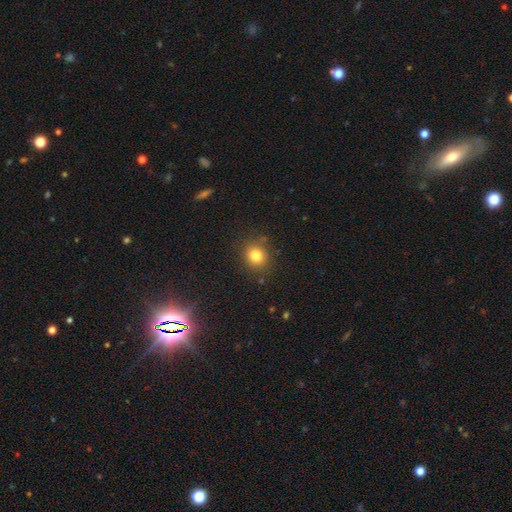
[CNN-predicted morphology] Overall: smooth (80%). How rounded: round (80%). Merging: none (83%).